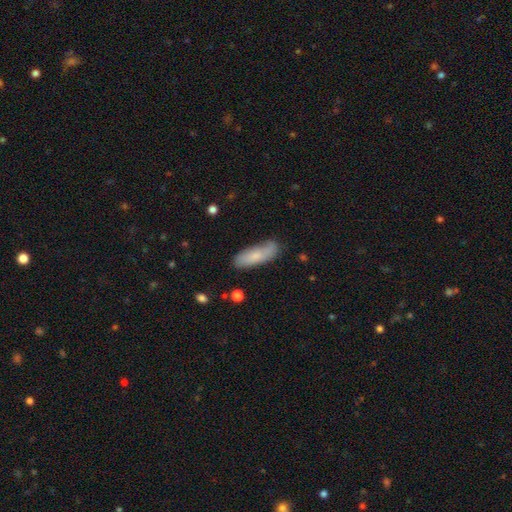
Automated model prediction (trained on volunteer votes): Smooth or featured? smooth (75%)
How rounded? in between (53%)
Merging? none (73%)